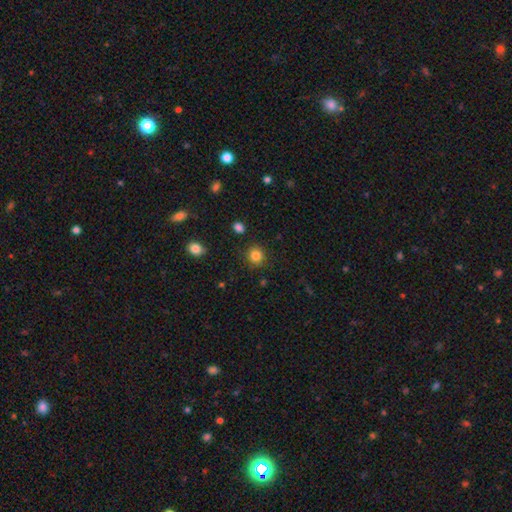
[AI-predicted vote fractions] The model was most divided on "smooth or featured": smooth: 84%, star or artifact: 11%, featured or disk: 4%. More confident: how rounded — round (88%); merging — none (87%).